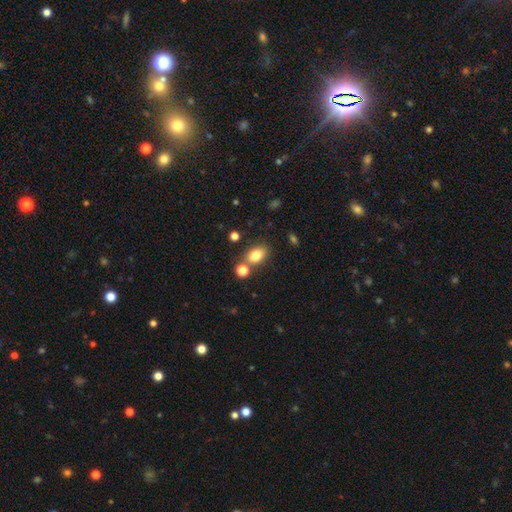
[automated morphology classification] Overall: smooth (80%). How rounded: in between (75%). Merging: none (63%).